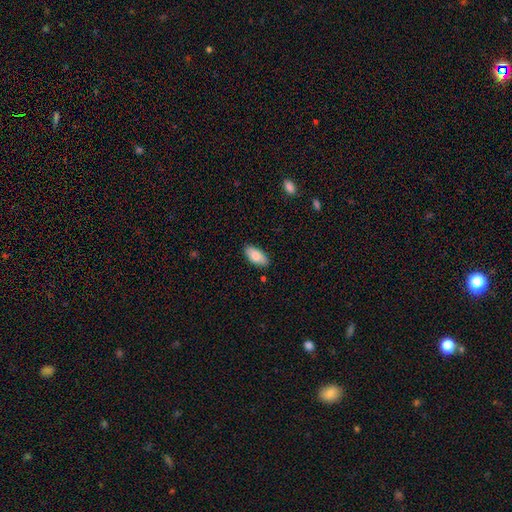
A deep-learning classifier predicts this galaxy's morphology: The model was most divided on "smooth or featured": smooth: 82%, featured or disk: 12%, star or artifact: 6%. More confident: how rounded — in between (91%); merging — none (86%).